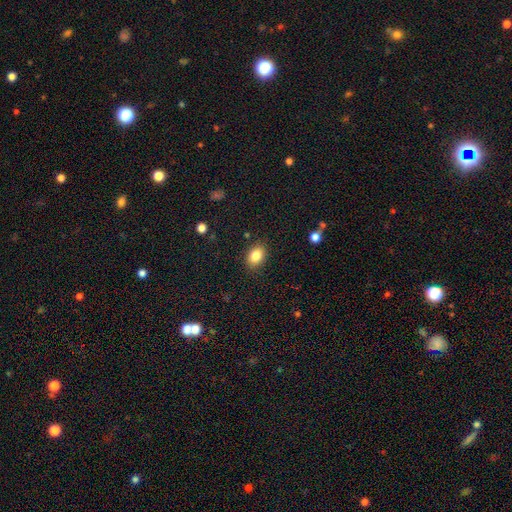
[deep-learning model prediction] Smooth or featured? Predicted: smooth (p=0.84). How rounded? Predicted: in between (p=0.73). Merging? Predicted: none (p=0.87).